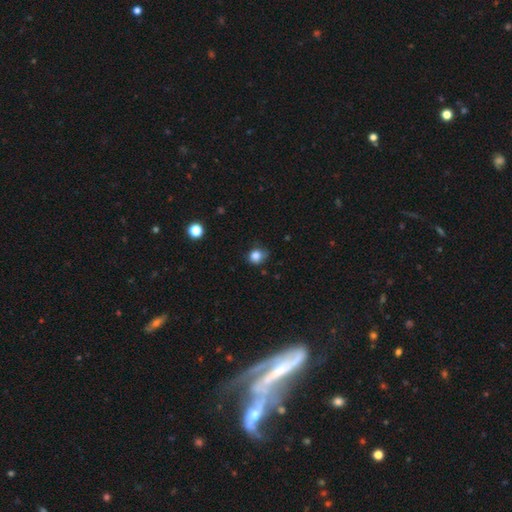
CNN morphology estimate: This appears to be a smooth galaxy with no disk features (82%) that is round (75%). Merging: none (59%).